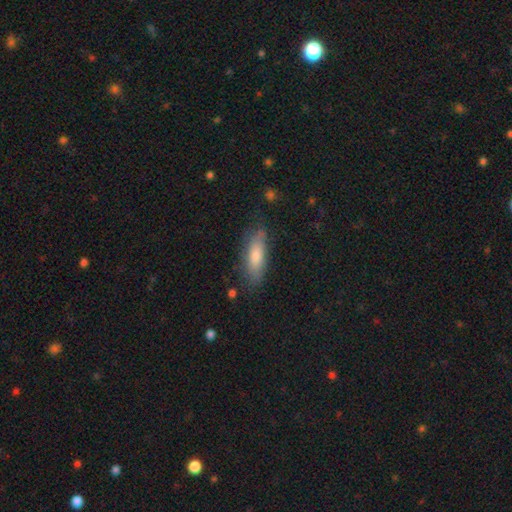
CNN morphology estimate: Overall: smooth (73%). How rounded: in between (54%; cigar-shaped 43%). Merging: none (74%).